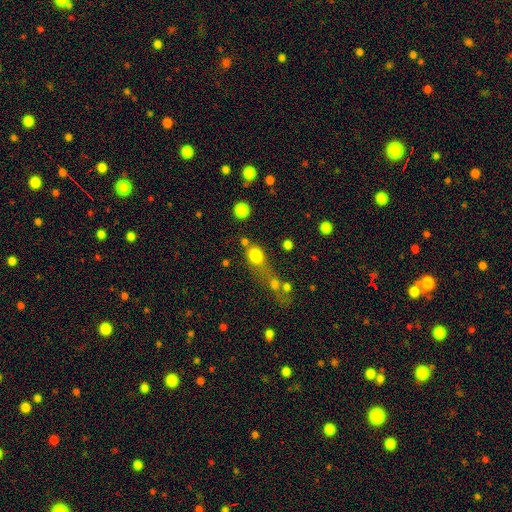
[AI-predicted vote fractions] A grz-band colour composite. It shows a smooth galaxy with no disk features (78%) that is round (55%). Merging: none (39%).